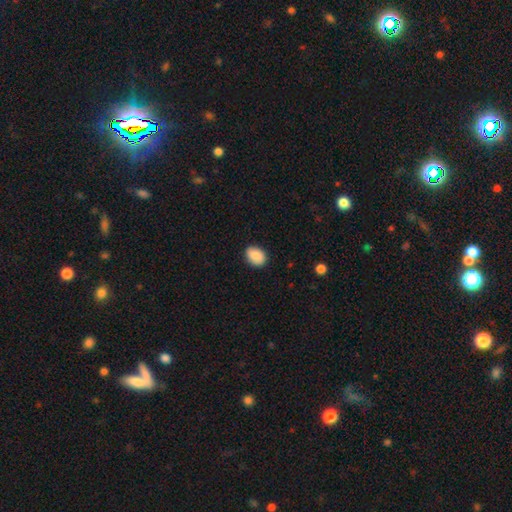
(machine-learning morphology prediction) Overall: smooth (84%). How rounded: in between (66%; round 33%). Merging: none (84%).